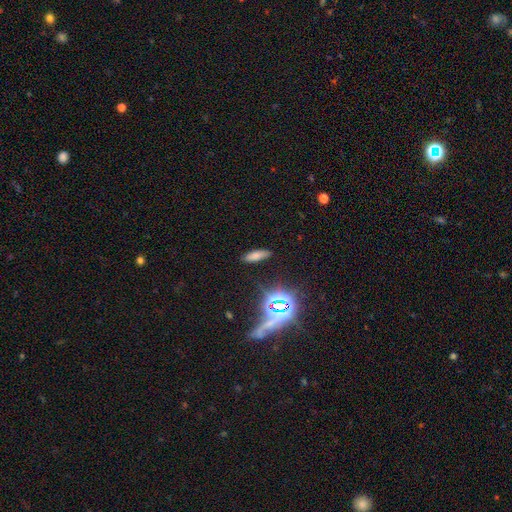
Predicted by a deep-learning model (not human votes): Smooth or featured? Predicted: smooth (p=0.66). How rounded? Predicted: in between (p=0.50). Merging? Predicted: none (p=0.86).